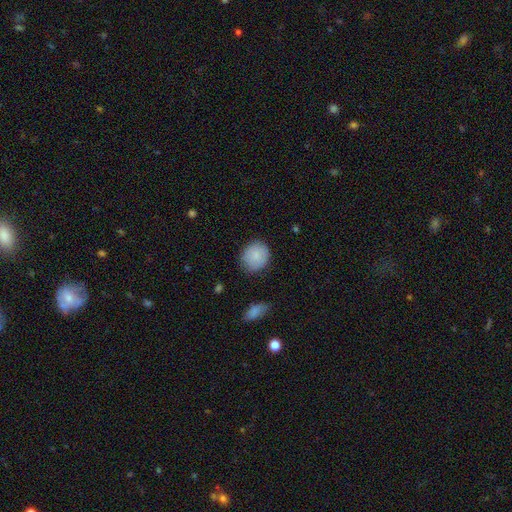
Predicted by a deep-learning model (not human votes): The model was most divided on "how rounded": round: 78%, in between: 21%, cigar-shaped: 1%. More confident: smooth or featured — smooth (85%); merging — none (82%).